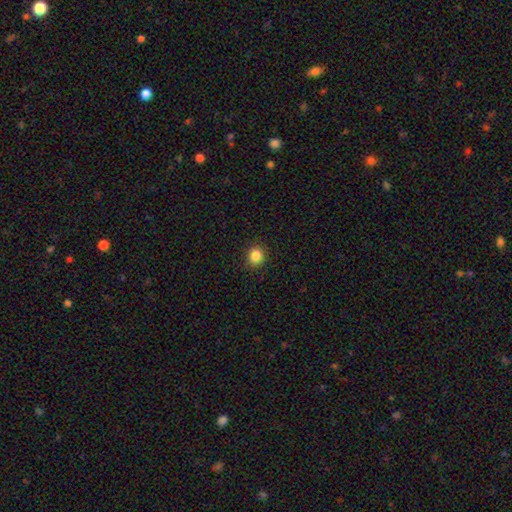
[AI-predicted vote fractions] Morphology: type=smooth (85%); roundness=round (84%); merging=none (91%).